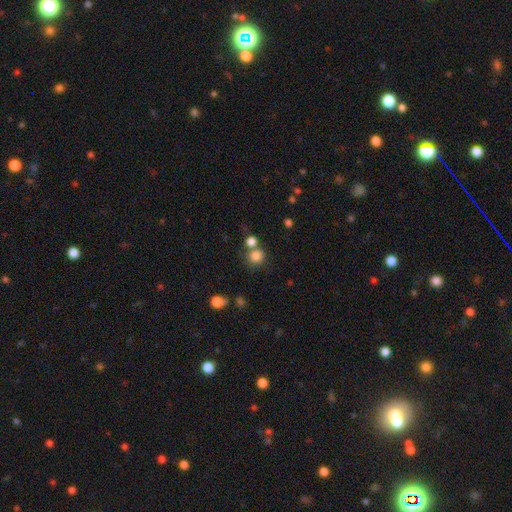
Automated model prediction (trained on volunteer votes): Q: Smooth or featured?
A: smooth (81%); runner-up: star or artifact (12%)
Q: How rounded?
A: round (87%); runner-up: in between (12%)
Q: Merging?
A: none (61%); runner-up: merger (26%)